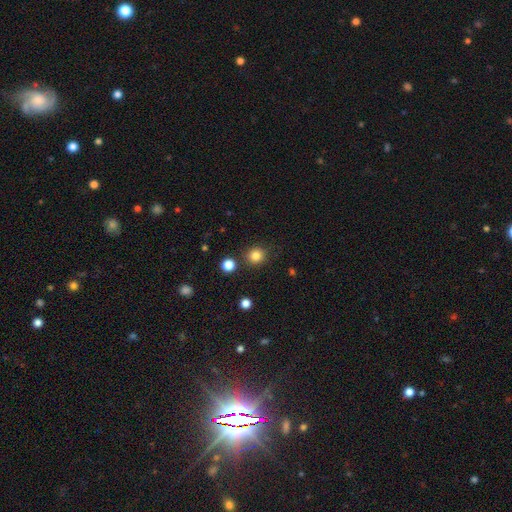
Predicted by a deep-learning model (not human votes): Morphology: type=smooth (83%); roundness=round (89%); merging=none (85%).